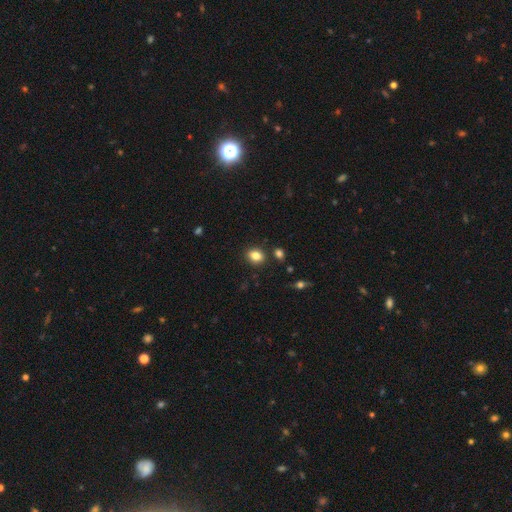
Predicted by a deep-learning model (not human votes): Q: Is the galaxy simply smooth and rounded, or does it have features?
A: smooth — 83%.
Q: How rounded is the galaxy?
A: round — 57%.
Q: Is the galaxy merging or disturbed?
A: none — 86%.